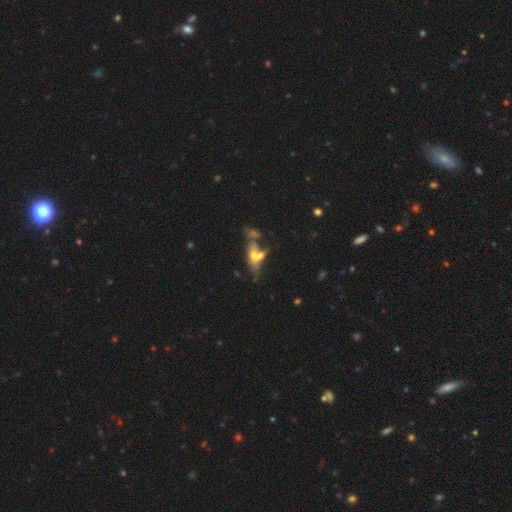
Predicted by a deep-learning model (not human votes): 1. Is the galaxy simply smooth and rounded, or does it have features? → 48% featured or disk, 41% smooth, 11% star or artifact.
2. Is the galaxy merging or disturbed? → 45% merger, 30% none, 14% minor disturbance, 12% major disturbance.